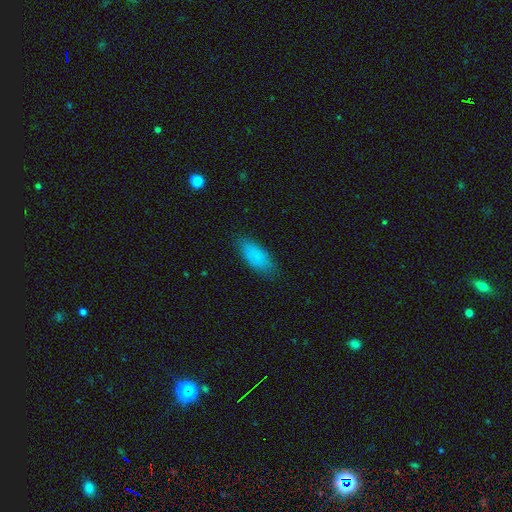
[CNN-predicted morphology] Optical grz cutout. It shows a smooth galaxy with no disk features (85%) that is in between round and cigar-shaped (81%). Merging: none (82%).